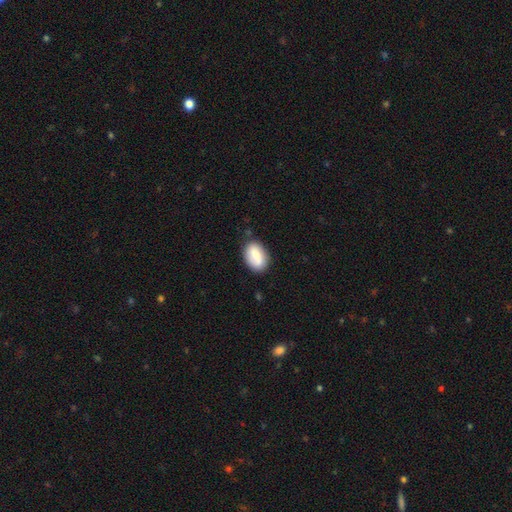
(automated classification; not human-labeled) A smooth galaxy with no disk features (71%) that is in between round and cigar-shaped (86%). Merging: none (78%).